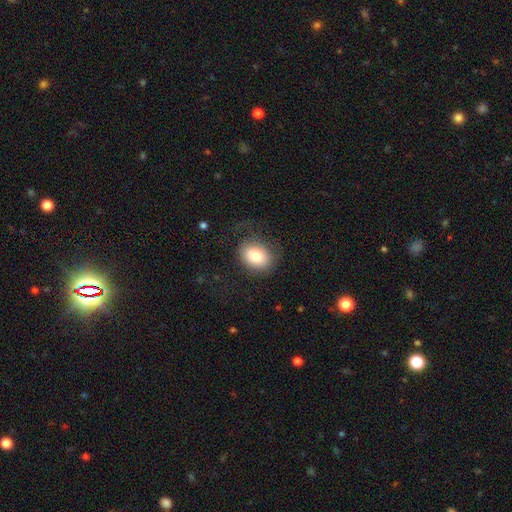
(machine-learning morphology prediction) Q: Smooth or featured?
A: smooth (79%); runner-up: featured or disk (13%)
Q: How rounded?
A: in between (58%); runner-up: round (41%)
Q: Merging?
A: none (67%); runner-up: minor disturbance (18%)